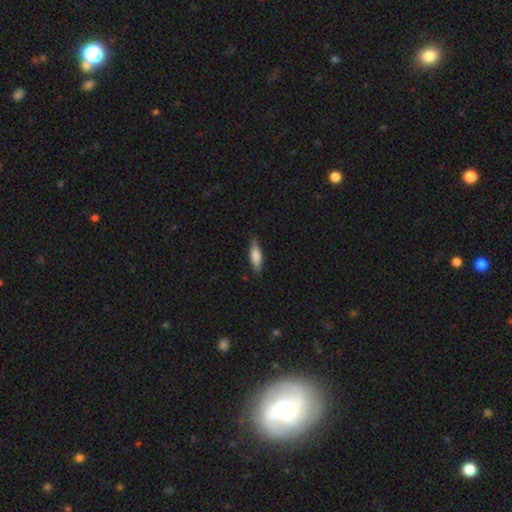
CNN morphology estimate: smooth_or_featured: smooth (p=0.76) [alt: featured or disk p=0.18]
how_rounded: in between (p=0.51) [alt: cigar-shaped p=0.47]
merging: none (p=0.85) [alt: minor disturbance p=0.12]